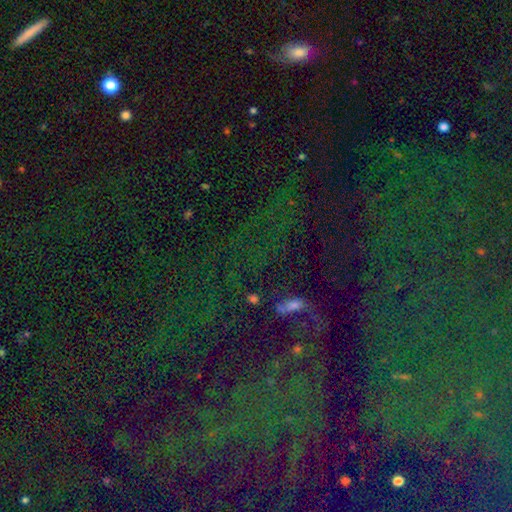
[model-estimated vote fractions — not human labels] This appears to be a star or artifact, not a galaxy (71%).